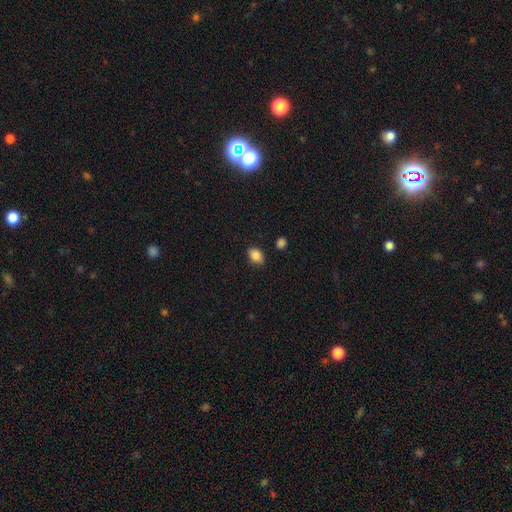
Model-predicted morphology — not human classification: This appears to be a smooth galaxy with no disk features (85%) that is in between round and cigar-shaped (81%). Merging: none (81%).